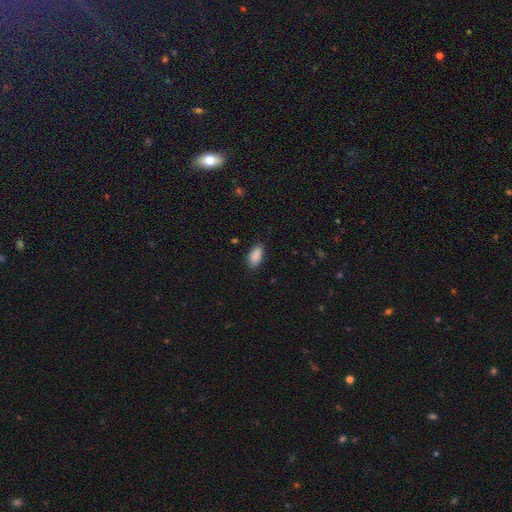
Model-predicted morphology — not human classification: A smooth galaxy with no disk features (90%) that is in between round and cigar-shaped (93%).

Vote fractions:
- Smooth or featured? smooth: 90% / star or artifact: 7% / featured or disk: 4%
- How rounded? in between: 93% / cigar-shaped: 4% / round: 3%
- Merging? none: 85% / minor disturbance: 11% / major disturbance: 2% / merger: 1%